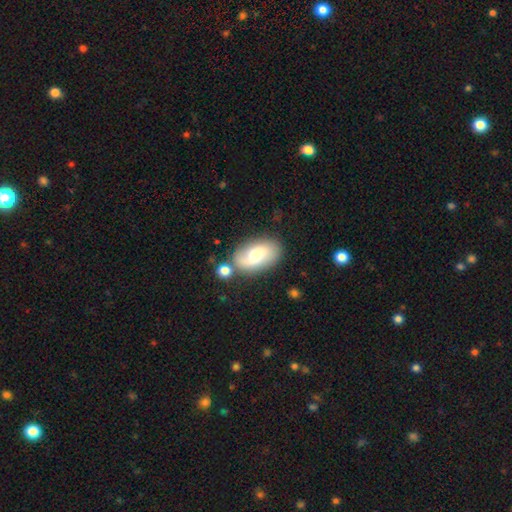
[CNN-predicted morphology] Smooth or featured: smooth — 50% (featured or disk — 42%)
Merging: none — 61% (minor disturbance — 19%)